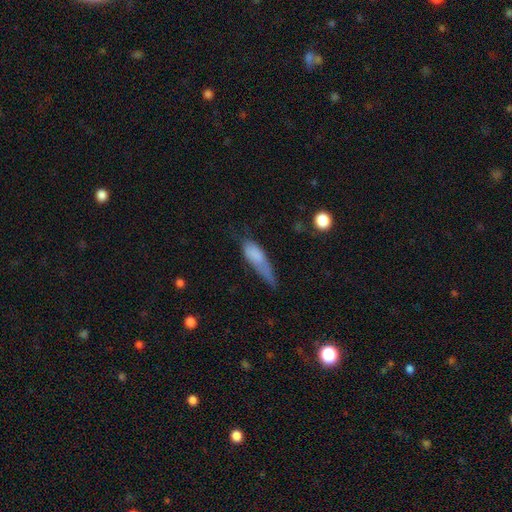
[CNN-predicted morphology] Smooth or featured?
  - smooth: 73% *
  - featured or disk: 19%
  - star or artifact: 8%
How rounded?
  - cigar-shaped: 50% *
  - in between: 47%
  - round: 3%
Merging?
  - minor disturbance: 39% *
  - none: 31%
  - major disturbance: 26%
  - merger: 4%